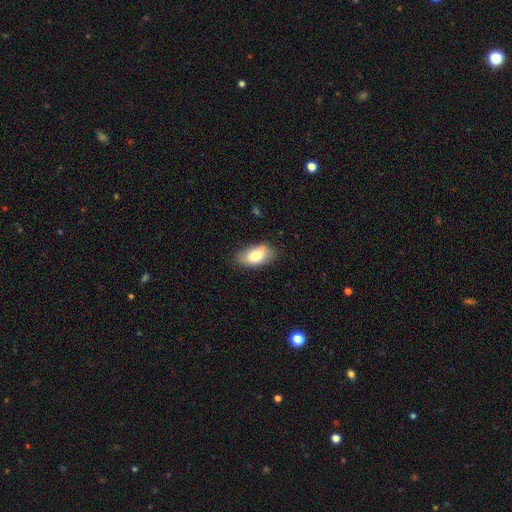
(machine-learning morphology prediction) Overall: smooth (77%). How rounded: in between (93%). Merging: none (76%).